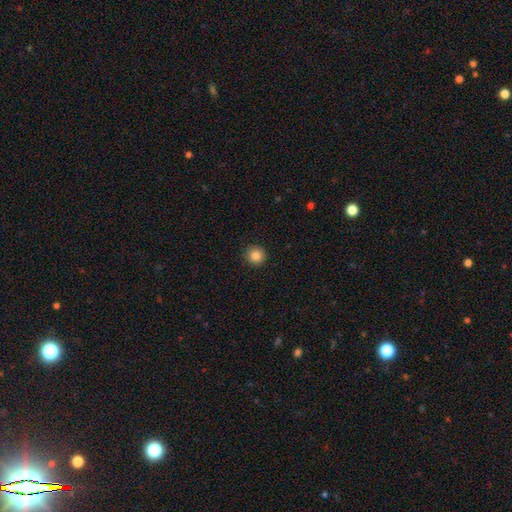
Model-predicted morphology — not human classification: smooth_or_featured: smooth (p=0.85) [alt: star or artifact p=0.10]
how_rounded: round (p=0.95) [alt: in between p=0.04]
merging: none (p=0.92) [alt: minor disturbance p=0.05]